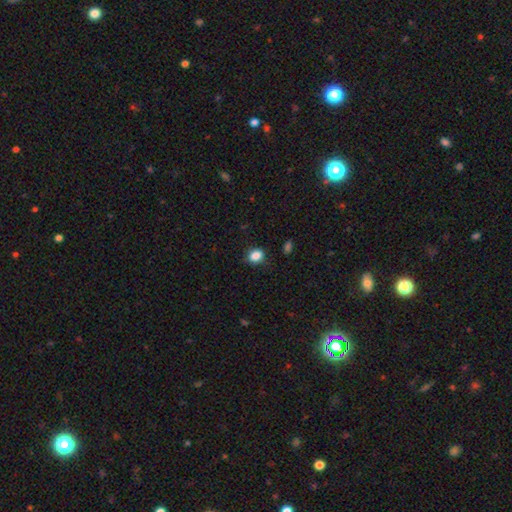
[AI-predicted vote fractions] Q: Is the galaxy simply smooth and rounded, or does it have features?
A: smooth — 86%.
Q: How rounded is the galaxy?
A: in between — 58%.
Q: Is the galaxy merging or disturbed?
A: none — 81%.